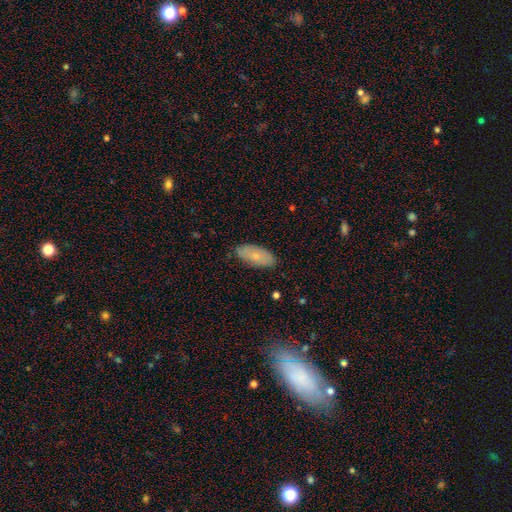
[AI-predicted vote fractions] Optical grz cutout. It shows a smooth galaxy with no disk features (70%) that is in between round and cigar-shaped (89%). Merging: none (84%).